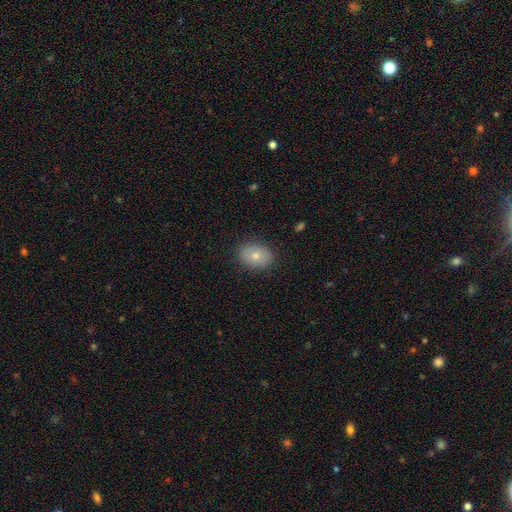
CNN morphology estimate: This is likely a smooth galaxy (76%). How rounded: likely in between (75%). Merging: clearly none (87%).